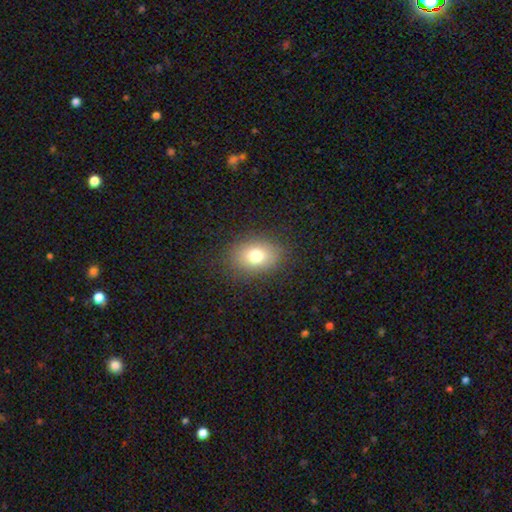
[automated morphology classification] This appears to be a smooth galaxy with no disk features (77%) that is in between round and cigar-shaped (67%). Merging: none (85%).